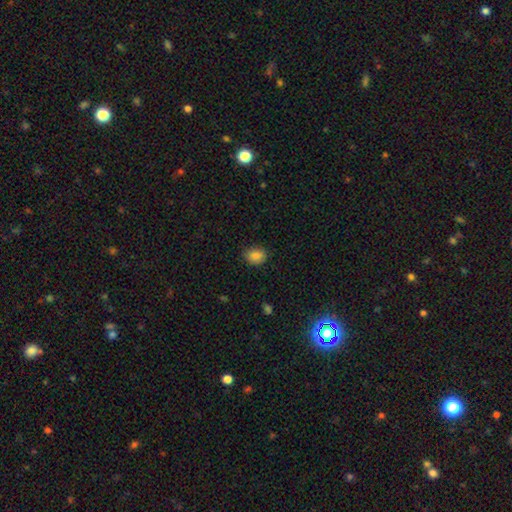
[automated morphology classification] type=smooth (85%); roundness=in between (54%); merging=none (84%).